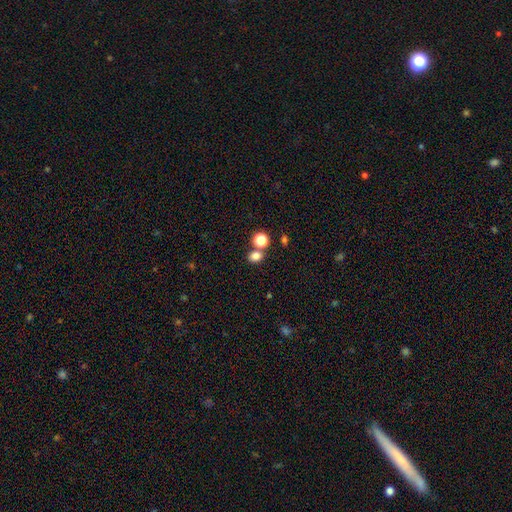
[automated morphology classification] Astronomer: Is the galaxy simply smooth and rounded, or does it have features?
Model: smooth — 79%.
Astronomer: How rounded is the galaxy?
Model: round — 57% (runner-up: in between, 42%).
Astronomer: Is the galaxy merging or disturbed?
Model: none — 65%.